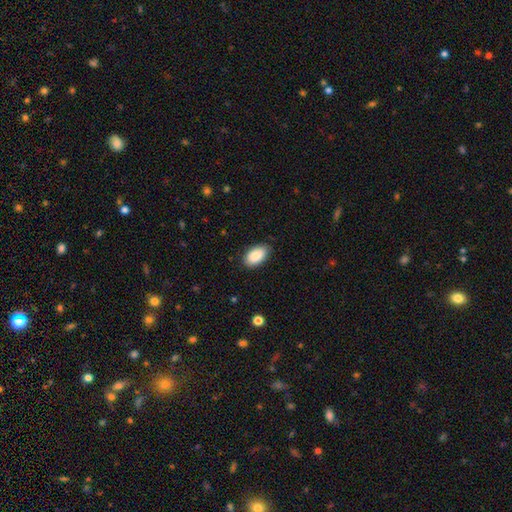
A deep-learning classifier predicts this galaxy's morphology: Smooth or featured? Predicted: smooth (p=0.89). How rounded? Predicted: in between (p=0.95). Merging? Predicted: none (p=0.84).